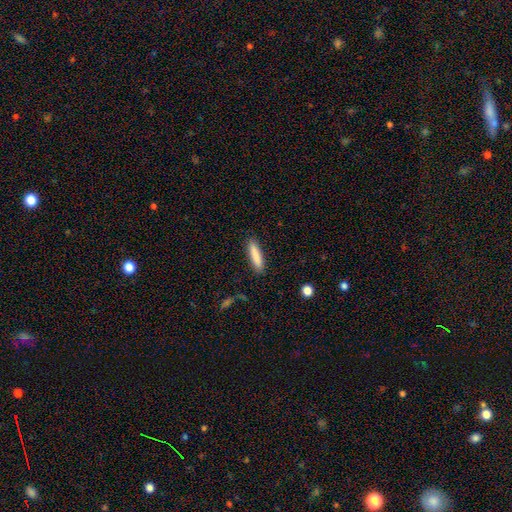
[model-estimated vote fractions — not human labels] A smooth galaxy with no disk features (85%) that is cigar-shaped (82%). Merging: none (89%).